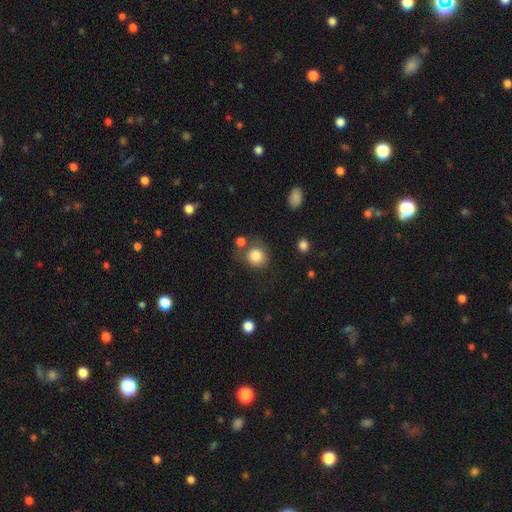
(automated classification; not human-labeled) A smooth galaxy with no disk features (84%) that is round (83%).

Vote fractions:
- Smooth or featured? smooth: 84% / star or artifact: 10% / featured or disk: 7%
- How rounded? round: 83% / in between: 16% / cigar-shaped: 1%
- Merging? none: 65% / minor disturbance: 16% / merger: 12% / major disturbance: 7%